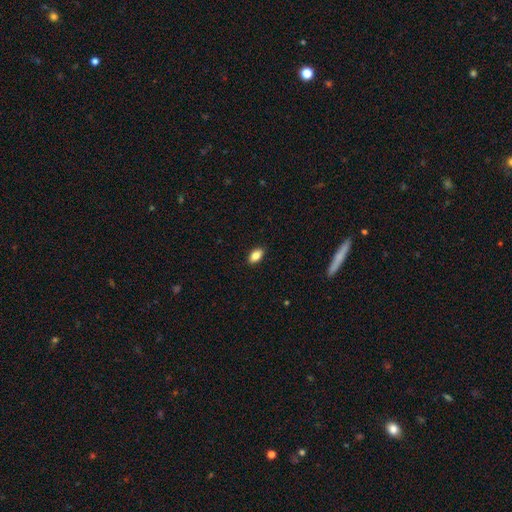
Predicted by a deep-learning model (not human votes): Smooth or featured? smooth (85%)
How rounded? in between (90%)
Merging? none (89%)